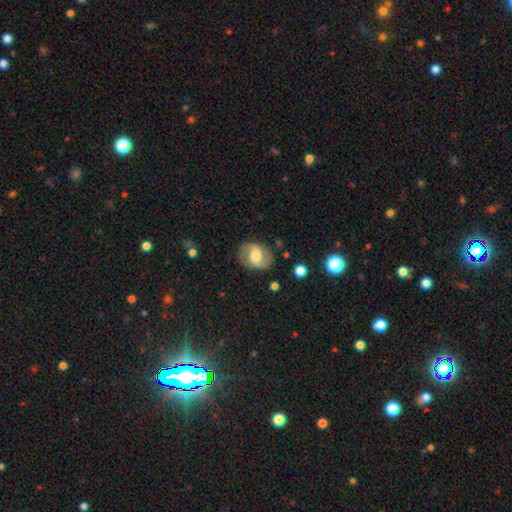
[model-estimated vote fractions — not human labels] Overall: featured or disk (67%). Edge-on disk: no (97%). Bar: weak (47%; no 30%). Spiral arms: yes (87%). Spiral arm count: 2 (90%). Spiral winding: medium (49%; loose 29%). Bulge size: moderate (57%; large 20%). Merging: none (80%).